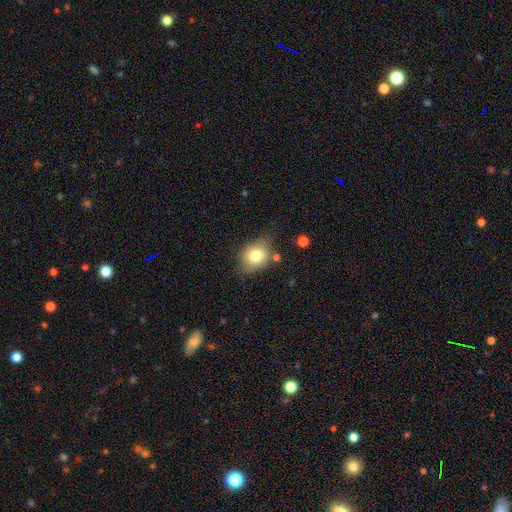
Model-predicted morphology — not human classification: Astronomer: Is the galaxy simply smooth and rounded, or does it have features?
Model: smooth — 76%.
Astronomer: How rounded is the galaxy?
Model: round — 51% (runner-up: in between, 47%).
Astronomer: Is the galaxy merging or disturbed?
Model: none — 65%.